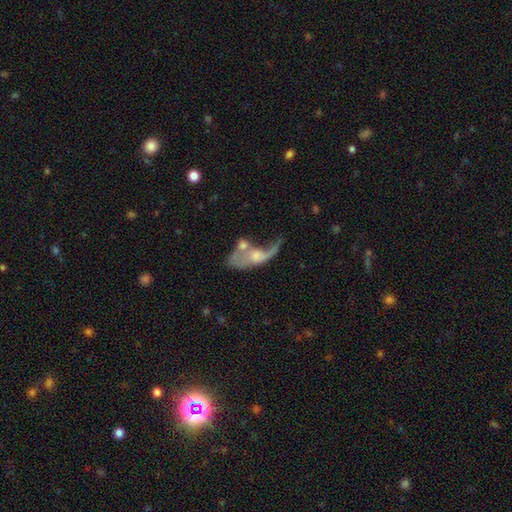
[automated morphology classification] Smooth or featured? Predicted: featured or disk (p=0.59). Edge-on disk? Predicted: no (p=0.88). Bar? Predicted: no (p=0.75). Spiral arms? Predicted: yes (p=0.55). Bulge size? Predicted: moderate (p=0.39). Merging? Predicted: merger (p=0.39).